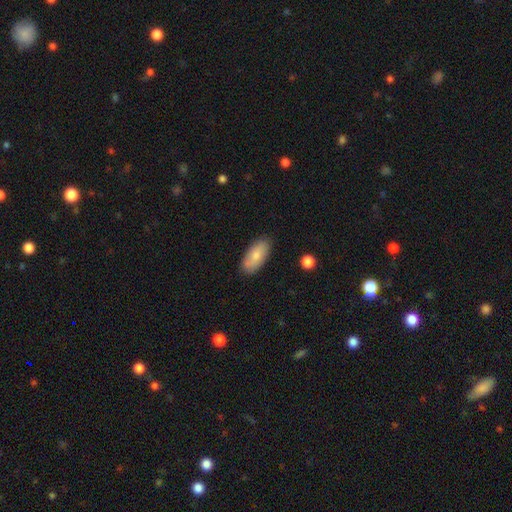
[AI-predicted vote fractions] This is likely a smooth galaxy (78%). How rounded: clearly in between (90%). Merging: clearly none (83%).